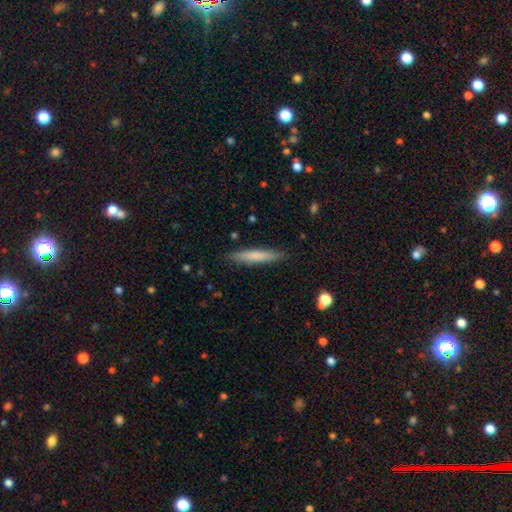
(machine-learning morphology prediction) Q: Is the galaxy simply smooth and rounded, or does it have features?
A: smooth — 73%.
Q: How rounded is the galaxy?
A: cigar-shaped — 93%.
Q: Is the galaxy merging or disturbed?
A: none — 88%.